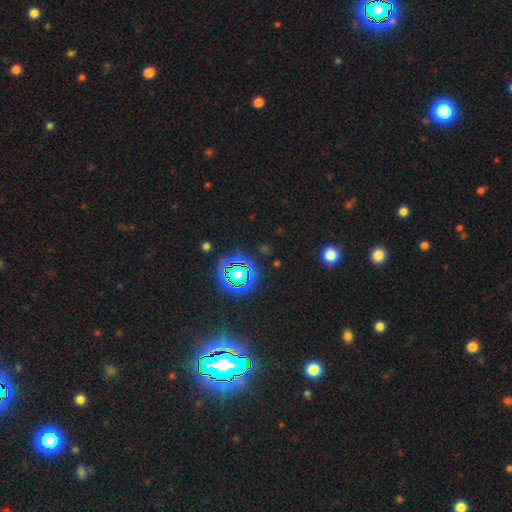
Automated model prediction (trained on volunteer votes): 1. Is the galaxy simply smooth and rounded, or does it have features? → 81% star or artifact, 12% smooth, 7% featured or disk.